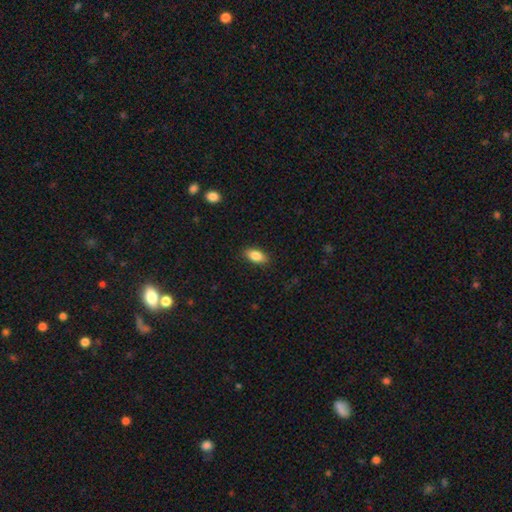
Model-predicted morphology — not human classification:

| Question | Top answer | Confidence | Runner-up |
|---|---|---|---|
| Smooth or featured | smooth | 84% | featured or disk (9%) |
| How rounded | in between | 89% | cigar-shaped (8%) |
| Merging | none | 88% | minor disturbance (9%) |